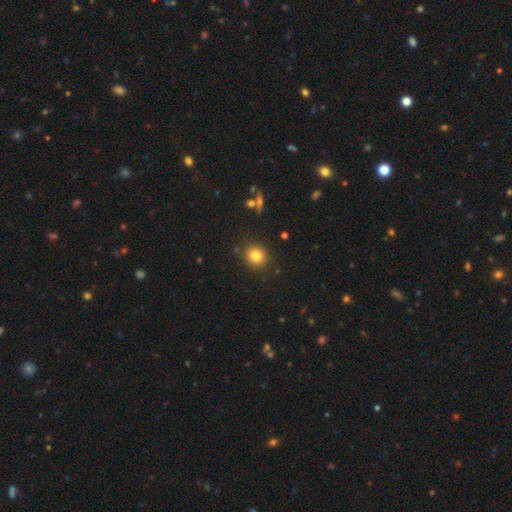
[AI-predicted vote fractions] The model was most divided on "smooth or featured": smooth: 81%, star or artifact: 12%, featured or disk: 7%. More confident: merging — none (87%); how rounded — round (84%).